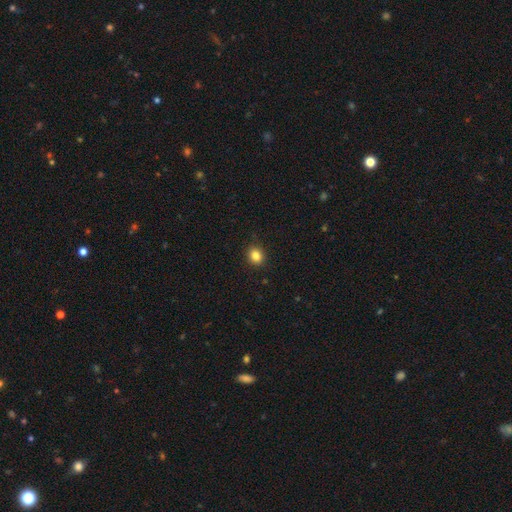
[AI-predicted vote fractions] A smooth galaxy with no disk features (84%) that is round (72%).

Vote fractions:
- Smooth or featured? smooth: 84% / star or artifact: 11% / featured or disk: 5%
- How rounded? round: 72% / in between: 27% / cigar-shaped: 1%
- Merging? none: 88% / minor disturbance: 9% / major disturbance: 2% / merger: 1%